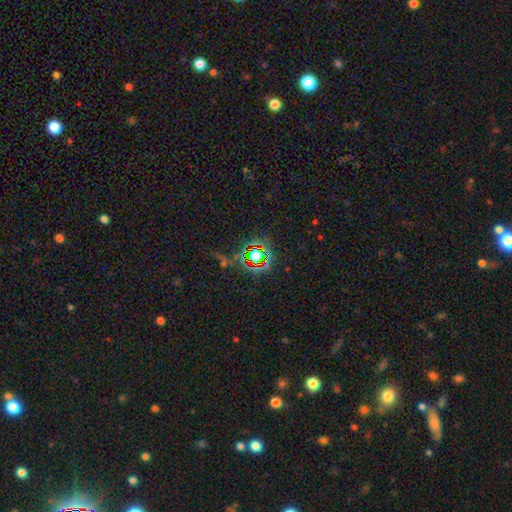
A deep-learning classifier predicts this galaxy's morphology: A star or artifact, not a galaxy (73%).

Vote fractions:
- Smooth or featured? star or artifact: 73% / smooth: 16% / featured or disk: 11%